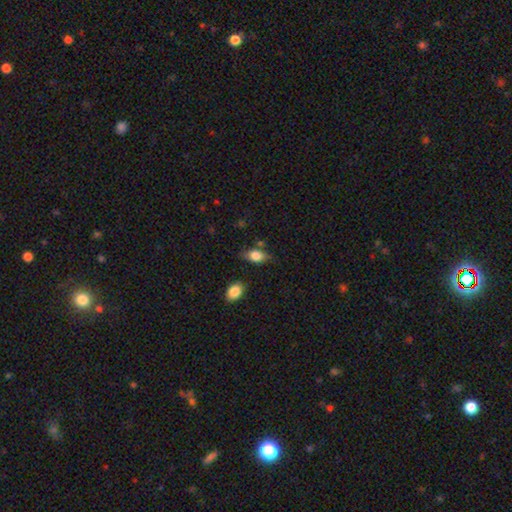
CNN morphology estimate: This is likely a smooth galaxy (76%). How rounded: clearly in between (84%). Merging: likely none (71%).